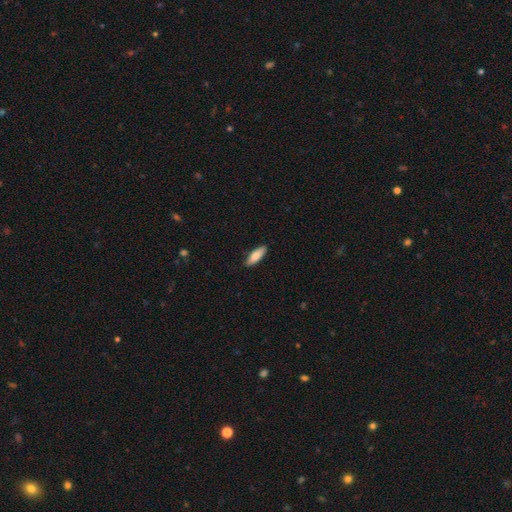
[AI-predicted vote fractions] Smooth or featured? smooth (83%)
How rounded? in between (61%)
Merging? none (85%)